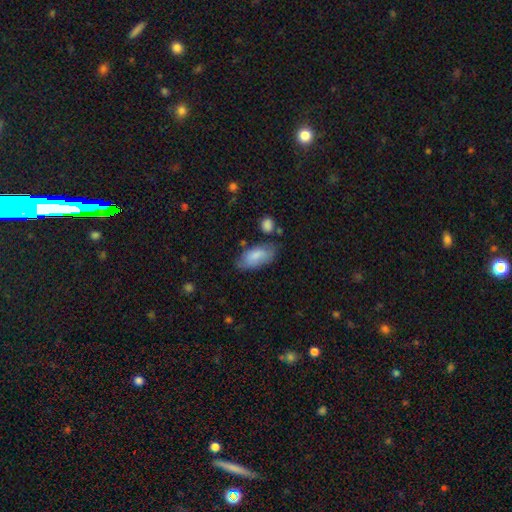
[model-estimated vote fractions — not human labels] A smooth galaxy with no disk features (80%) that is in between round and cigar-shaped (91%).

Vote fractions:
- Smooth or featured? smooth: 80% / featured or disk: 14% / star or artifact: 6%
- How rounded? in between: 91% / cigar-shaped: 6% / round: 2%
- Merging? none: 64% / minor disturbance: 24% / major disturbance: 6% / merger: 5%